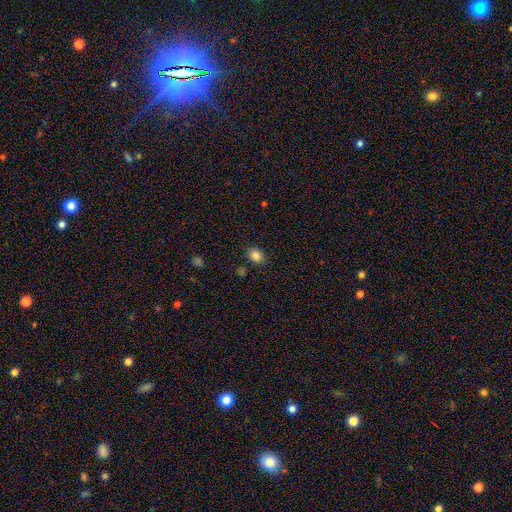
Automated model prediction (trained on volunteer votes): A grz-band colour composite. It shows a smooth galaxy with no disk features (83%) that is round (53%). Merging: none (84%).